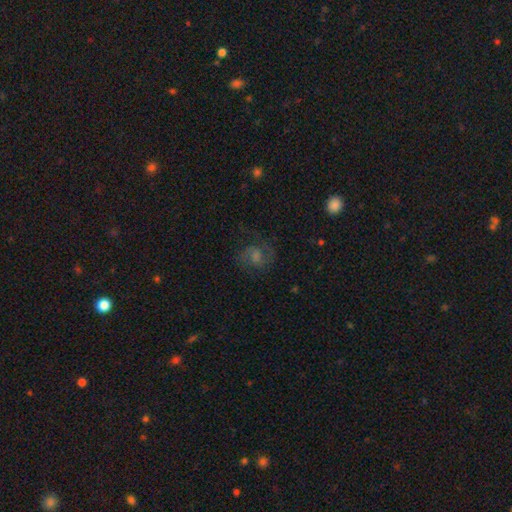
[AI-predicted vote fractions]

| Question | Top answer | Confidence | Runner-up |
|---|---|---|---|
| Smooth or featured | featured or disk | 54% | smooth (25%) |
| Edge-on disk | no | 97% | yes (3%) |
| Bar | weak | 46% | no (44%) |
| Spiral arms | yes | 88% | no (12%) |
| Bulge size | moderate | 38% | small (31%) |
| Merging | none | 72% | minor disturbance (16%) |